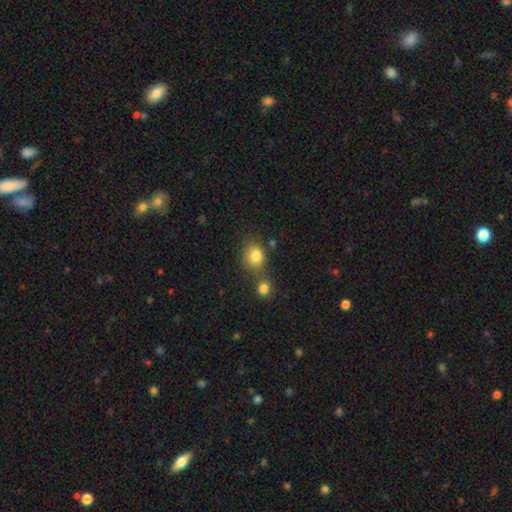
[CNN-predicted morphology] Smooth or featured: smooth — 82% (star or artifact — 11%)
How rounded: round — 62% (in between — 37%)
Merging: none — 58% (merger — 26%)